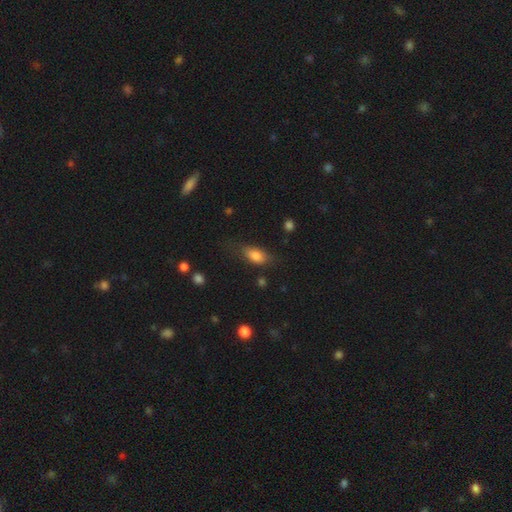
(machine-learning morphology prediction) Smooth or featured? Predicted: smooth (p=0.80). How rounded? Predicted: in between (p=0.83). Merging? Predicted: none (p=0.65).